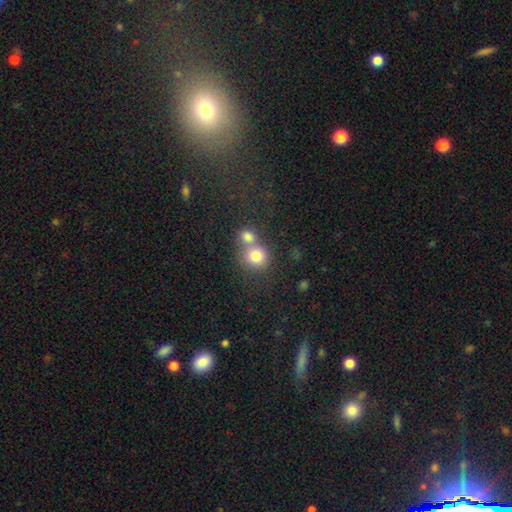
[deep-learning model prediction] Morphology: type=smooth (79%); roundness=round (85%); merging=merger (50%).